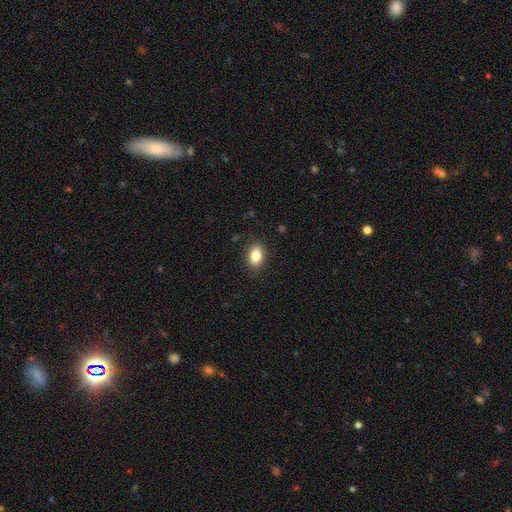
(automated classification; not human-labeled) smooth 84%, star or artifact 9%, featured or disk 7%. Down the decision tree: how rounded — in between (83%); merging — none (88%).